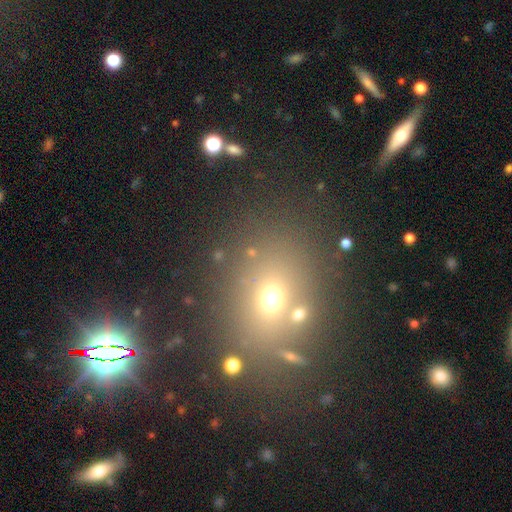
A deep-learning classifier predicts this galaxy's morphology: Smooth or featured?
  - smooth: 55% *
  - star or artifact: 32%
  - featured or disk: 13%
How rounded?
  - round: 52% *
  - in between: 46%
  - cigar-shaped: 2%
Merging?
  - none: 77% *
  - minor disturbance: 10%
  - merger: 8%
  - major disturbance: 5%